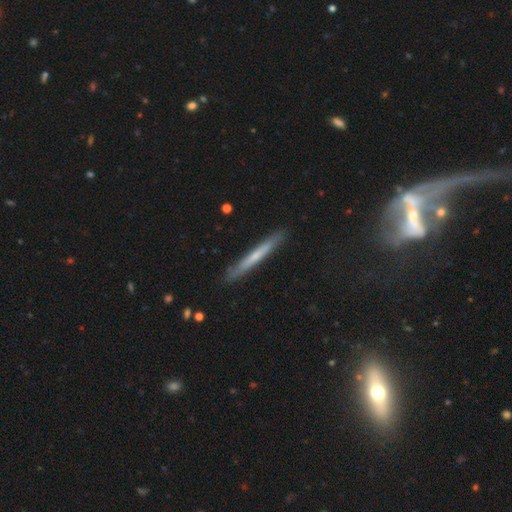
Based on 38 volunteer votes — Overall: smooth (53%; featured or disk 47%). How rounded: cigar-shaped (100%). Merging: none (92%).